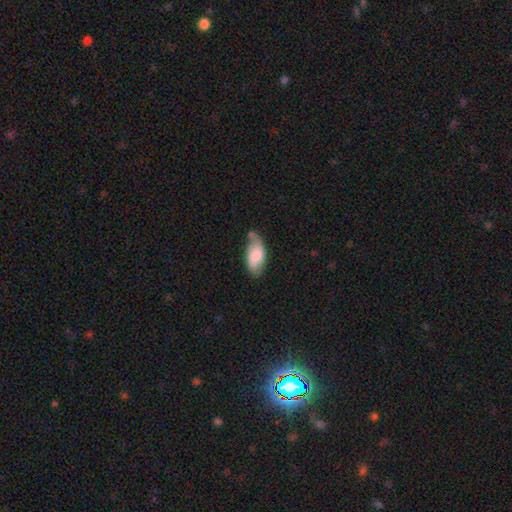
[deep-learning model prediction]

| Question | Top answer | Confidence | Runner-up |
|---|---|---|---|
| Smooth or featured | smooth | 68% | featured or disk (25%) |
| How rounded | in between | 91% | cigar-shaped (6%) |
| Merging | none | 51% | minor disturbance (33%) |